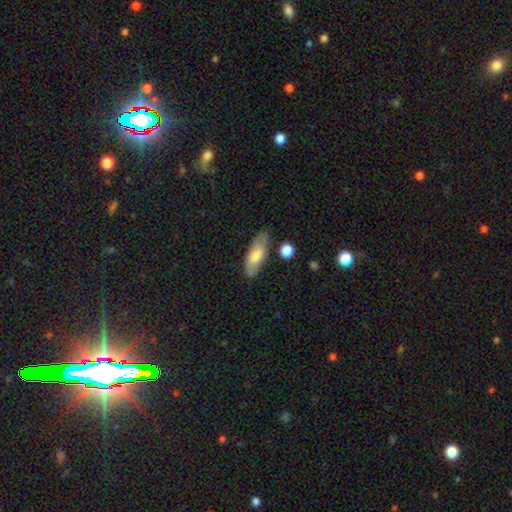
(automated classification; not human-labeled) Morphology: type=smooth (67%); roundness=in between (74%); merging=none (72%).